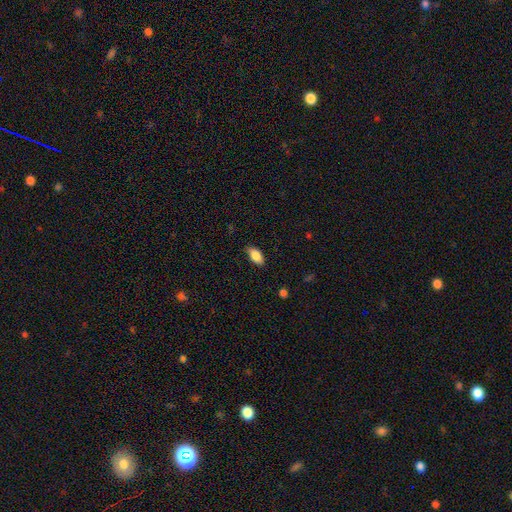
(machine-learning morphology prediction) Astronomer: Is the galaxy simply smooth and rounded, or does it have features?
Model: smooth — 86%.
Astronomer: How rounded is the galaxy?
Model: in between — 91%.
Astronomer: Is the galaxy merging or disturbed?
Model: none — 83%.